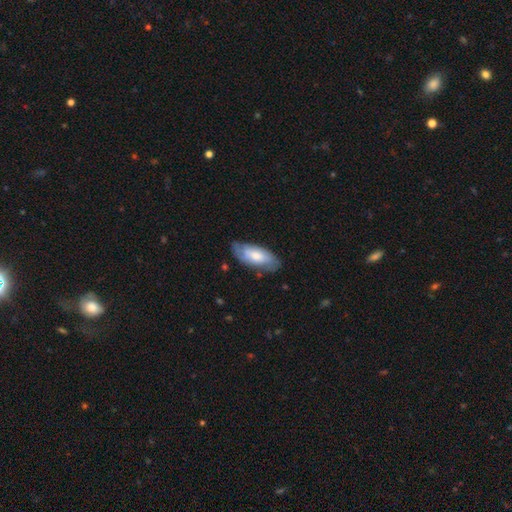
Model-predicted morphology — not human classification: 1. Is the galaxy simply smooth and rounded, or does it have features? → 59% smooth, 36% featured or disk, 6% star or artifact.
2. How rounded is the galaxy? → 85% in between, 13% cigar-shaped, 2% round.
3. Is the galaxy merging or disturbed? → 67% none, 25% minor disturbance, 6% major disturbance, 2% merger.